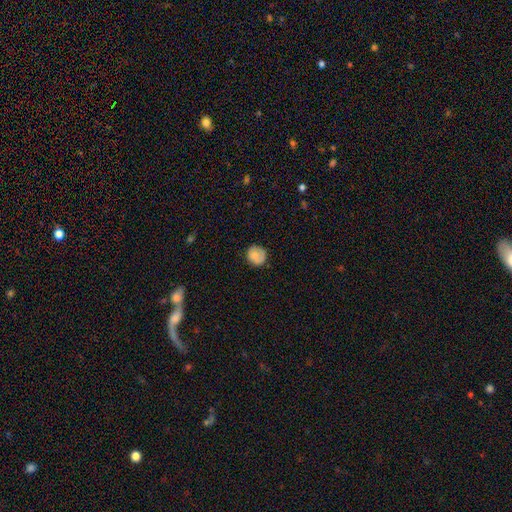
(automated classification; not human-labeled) smooth_or_featured: smooth (p=0.76) [alt: featured or disk p=0.16]
how_rounded: round (p=0.84) [alt: in between p=0.16]
merging: none (p=0.75) [alt: minor disturbance p=0.18]